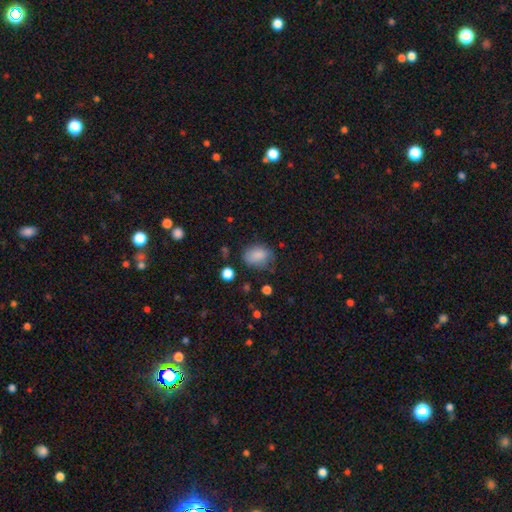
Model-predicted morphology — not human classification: Smooth or featured: smooth — 85% (star or artifact — 9%)
How rounded: in between — 71% (round — 28%)
Merging: none — 66% (minor disturbance — 24%)